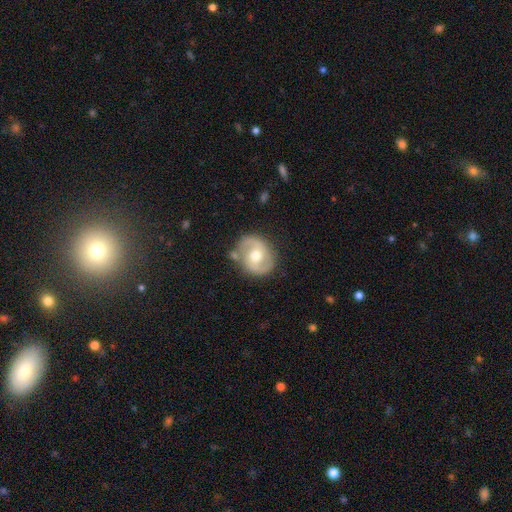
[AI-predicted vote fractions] Morphology: type=featured or disk (73%); edge-on=no (97%); bar=no (45%); spiral arms=yes (84%); winding=medium (51%); arm count=2 (89%); bulge=moderate (74%); merging=none (78%).